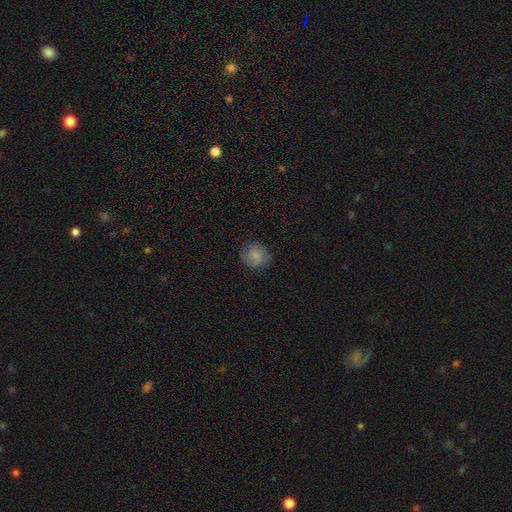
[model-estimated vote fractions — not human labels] Morphology: type=smooth (71%); roundness=round (80%); merging=none (77%).